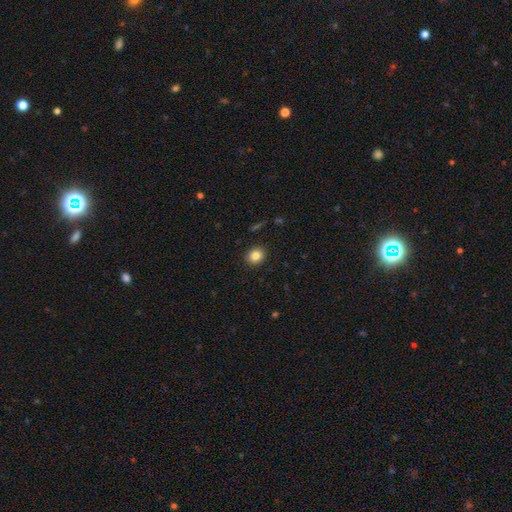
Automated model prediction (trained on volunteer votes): smooth-or-featured: smooth: 84% | star or artifact: 10% | featured or disk: 6%
  how-rounded: round: 73% | in between: 26% | cigar-shaped: 1%
  merging: none: 90% | minor disturbance: 7% | major disturbance: 2% | merger: 1%